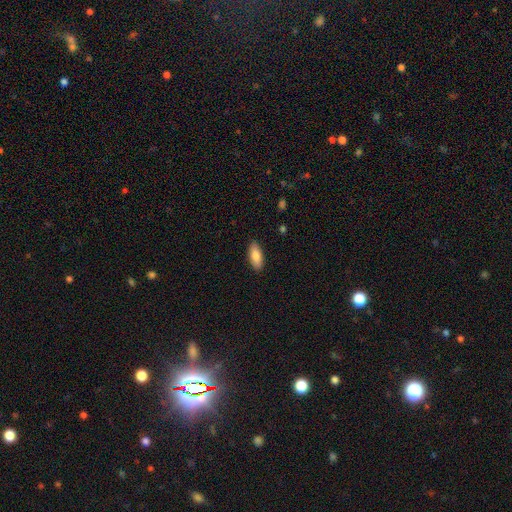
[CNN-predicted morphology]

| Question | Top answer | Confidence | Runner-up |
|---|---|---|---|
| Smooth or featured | smooth | 83% | featured or disk (11%) |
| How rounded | in between | 78% | cigar-shaped (20%) |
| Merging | none | 89% | minor disturbance (8%) |